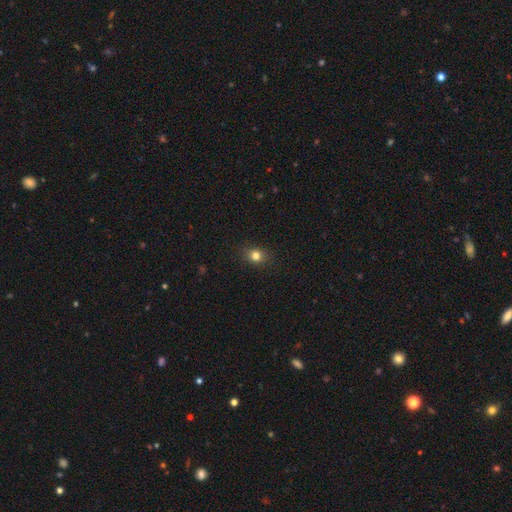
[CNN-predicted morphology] The model was most divided on "how rounded": round: 63%, in between: 36%, cigar-shaped: 1%. More confident: merging — none (88%); smooth or featured — smooth (79%).